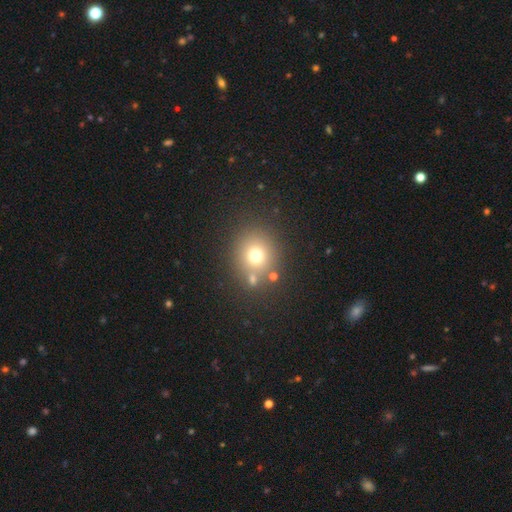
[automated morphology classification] smooth_or_featured: smooth (p=0.70) [alt: star or artifact p=0.18]
how_rounded: round (p=0.86) [alt: in between p=0.13]
merging: none (p=0.76) [alt: merger p=0.10]